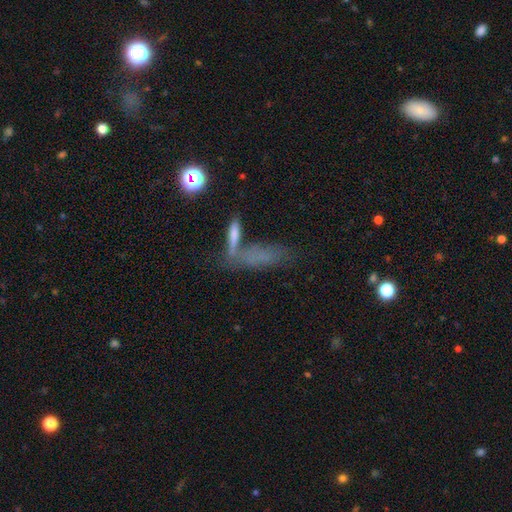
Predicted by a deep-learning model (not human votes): Overall: smooth (58%; featured or disk 24%). How rounded: cigar-shaped (59%; in between 36%). Merging: none (43%; merger 31%).